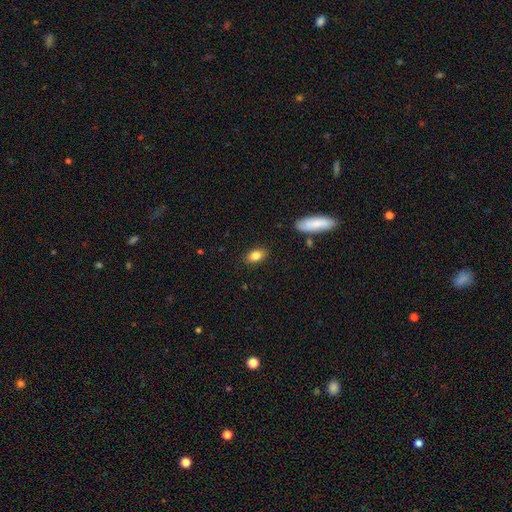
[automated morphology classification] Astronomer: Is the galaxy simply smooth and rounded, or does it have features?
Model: smooth — 83%.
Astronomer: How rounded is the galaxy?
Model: in between — 87%.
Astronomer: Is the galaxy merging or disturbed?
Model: none — 86%.